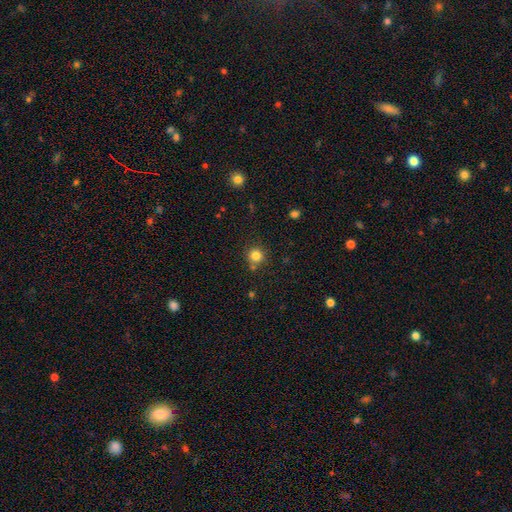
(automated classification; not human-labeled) The model was most divided on "smooth or featured": smooth: 81%, star or artifact: 13%, featured or disk: 6%. More confident: how rounded — round (93%); merging — none (80%).